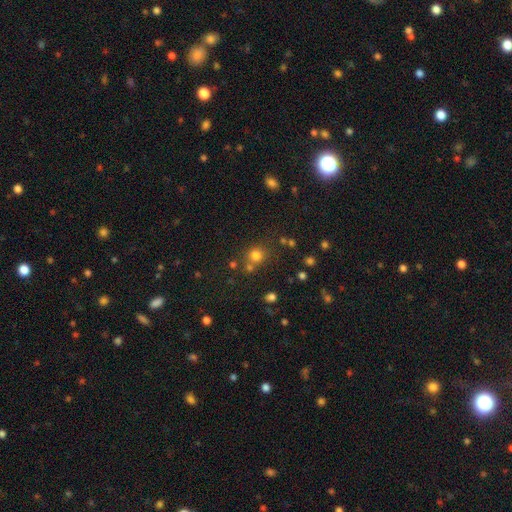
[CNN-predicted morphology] A smooth galaxy with no disk features (75%) that is round (86%). Merging: none (66%).